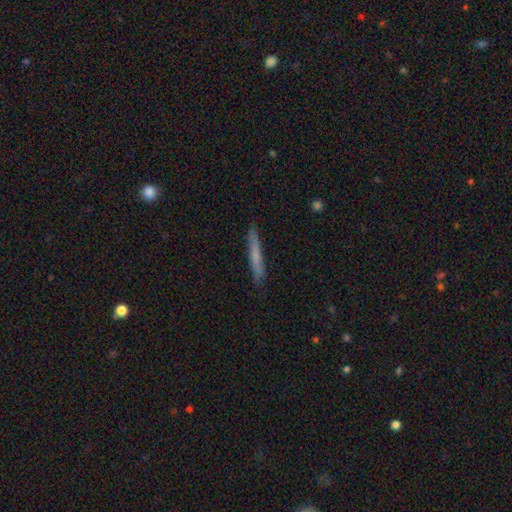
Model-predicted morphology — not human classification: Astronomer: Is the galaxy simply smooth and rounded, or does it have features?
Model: smooth — 66%.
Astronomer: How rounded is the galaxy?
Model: cigar-shaped — 96%.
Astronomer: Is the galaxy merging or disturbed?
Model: none — 88%.